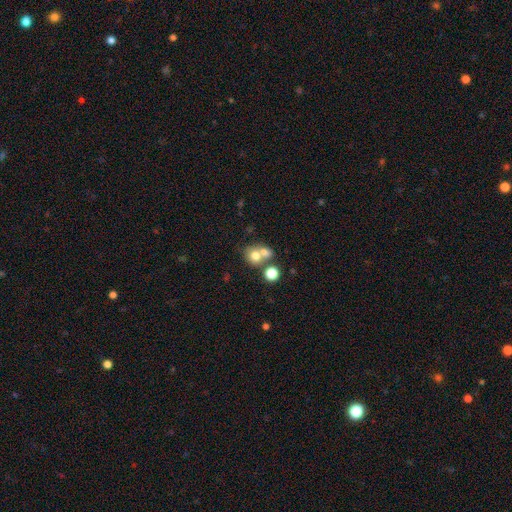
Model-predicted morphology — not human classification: Smooth or featured: smooth — 72% (featured or disk — 16%)
How rounded: round — 73% (in between — 26%)
Merging: merger — 51% (none — 38%)